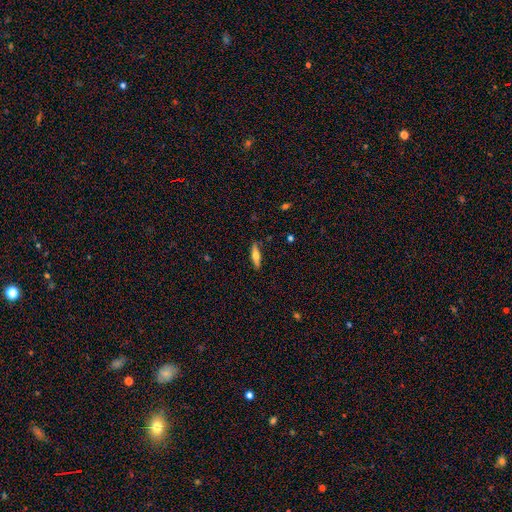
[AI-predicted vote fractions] Smooth or featured: smooth — 58% (featured or disk — 36%)
How rounded: cigar-shaped — 64% (in between — 34%)
Merging: none — 86% (minor disturbance — 11%)